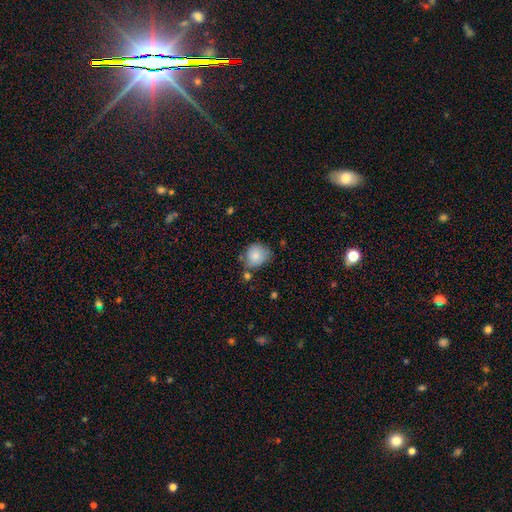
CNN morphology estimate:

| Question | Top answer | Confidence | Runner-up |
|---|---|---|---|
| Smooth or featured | smooth | 79% | featured or disk (13%) |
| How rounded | round | 71% | in between (28%) |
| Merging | none | 54% | minor disturbance (29%) |